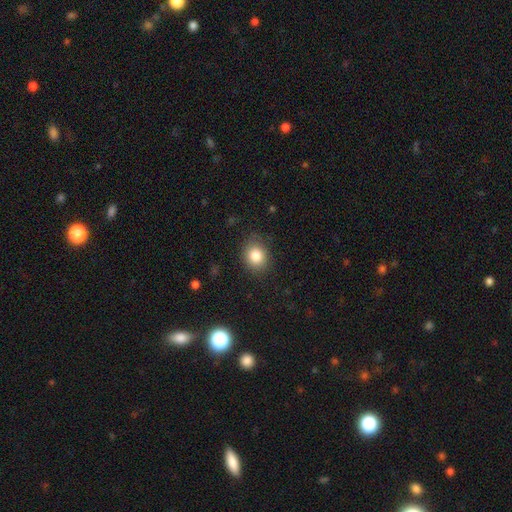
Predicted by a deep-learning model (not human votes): Smooth or featured?
  - smooth: 83% *
  - star or artifact: 10%
  - featured or disk: 7%
How rounded?
  - round: 59% *
  - in between: 40%
  - cigar-shaped: 1%
Merging?
  - none: 85% *
  - minor disturbance: 11%
  - major disturbance: 3%
  - merger: 1%